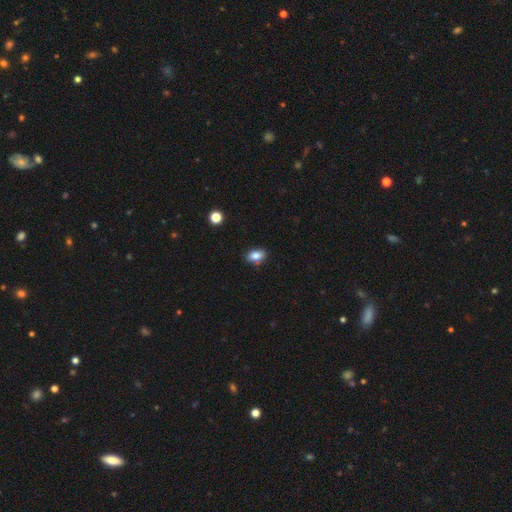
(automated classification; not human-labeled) Smooth or featured? Predicted: smooth (p=0.83). How rounded? Predicted: in between (p=0.82). Merging? Predicted: none (p=0.82).